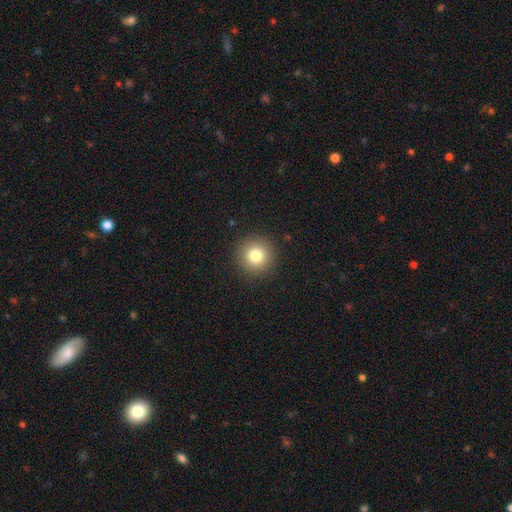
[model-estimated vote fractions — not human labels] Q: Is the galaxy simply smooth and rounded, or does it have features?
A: smooth — 80%.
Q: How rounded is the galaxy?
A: round — 95%.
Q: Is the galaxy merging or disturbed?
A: none — 91%.